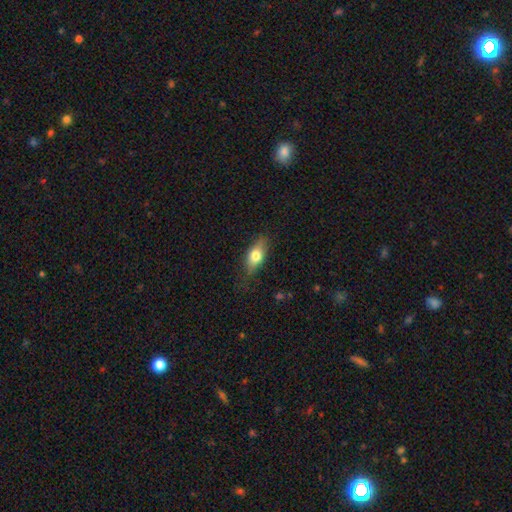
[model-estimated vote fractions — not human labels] Smooth or featured?
  - smooth: 71% *
  - featured or disk: 21%
  - star or artifact: 7%
How rounded?
  - in between: 78% *
  - cigar-shaped: 14%
  - round: 8%
Merging?
  - none: 76% *
  - minor disturbance: 19%
  - major disturbance: 4%
  - merger: 1%